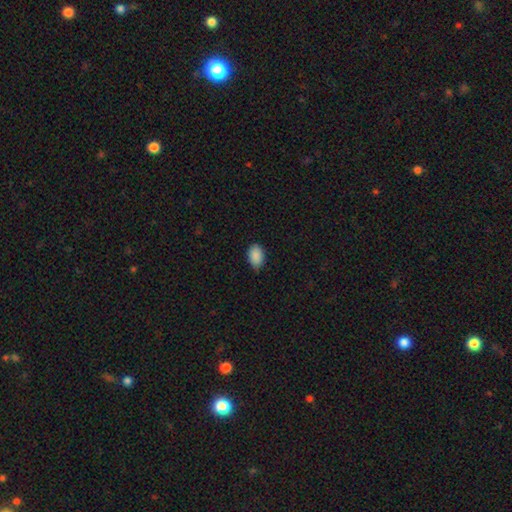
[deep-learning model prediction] Morphology: type=smooth (90%); roundness=in between (88%); merging=none (74%).